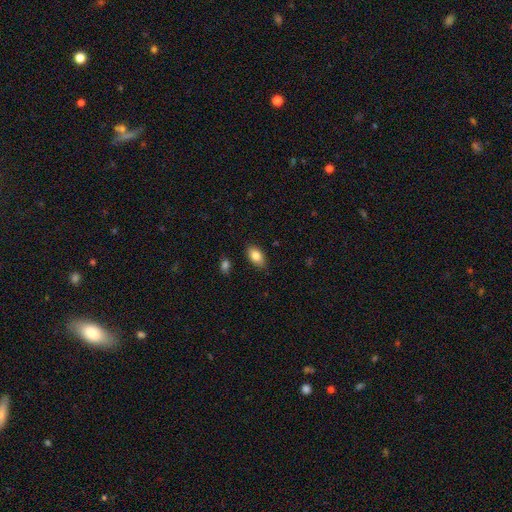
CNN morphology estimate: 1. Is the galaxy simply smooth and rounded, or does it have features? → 84% smooth, 9% featured or disk, 7% star or artifact.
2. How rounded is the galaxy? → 91% in between, 6% round, 2% cigar-shaped.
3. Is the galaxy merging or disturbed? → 82% none, 14% minor disturbance, 2% major disturbance, 2% merger.